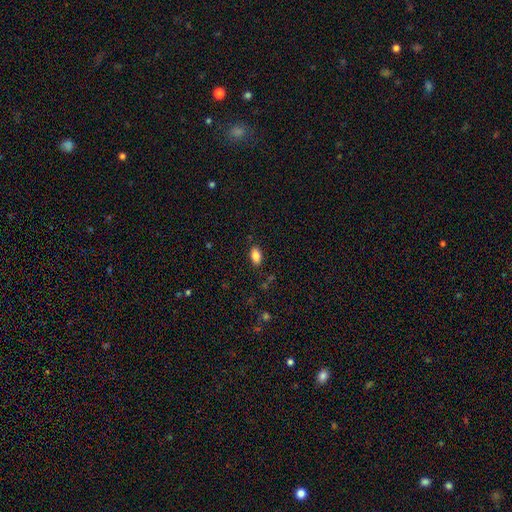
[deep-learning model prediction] Smooth or featured?
  - smooth: 85% *
  - star or artifact: 9%
  - featured or disk: 6%
How rounded?
  - in between: 90% *
  - round: 8%
  - cigar-shaped: 2%
Merging?
  - none: 86% *
  - minor disturbance: 10%
  - major disturbance: 2%
  - merger: 1%